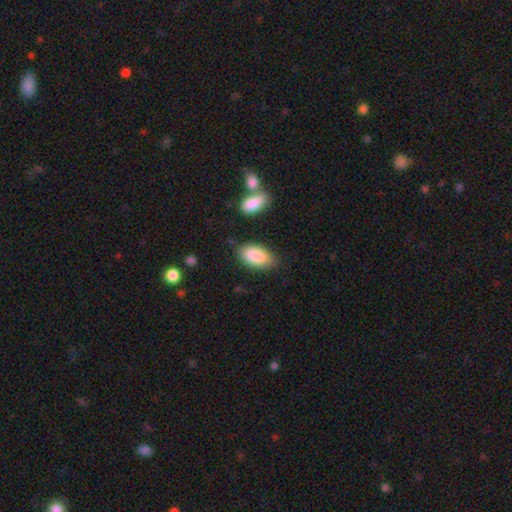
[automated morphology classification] Smooth or featured? smooth (88%)
How rounded? in between (94%)
Merging? none (78%)